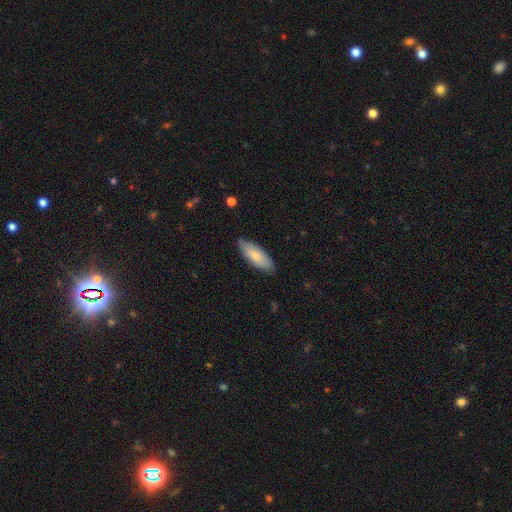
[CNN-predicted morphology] smooth_or_featured: smooth (p=0.75) [alt: featured or disk p=0.20]
how_rounded: in between (p=0.71) [alt: cigar-shaped p=0.27]
merging: none (p=0.80) [alt: minor disturbance p=0.17]